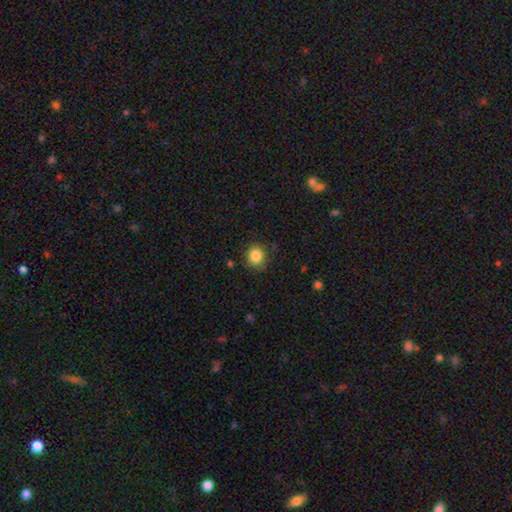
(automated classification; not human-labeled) smooth-or-featured: smooth: 86% | star or artifact: 10% | featured or disk: 4%
  how-rounded: round: 85% | in between: 15% | cigar-shaped: 1%
  merging: none: 85% | minor disturbance: 11% | major disturbance: 3% | merger: 1%